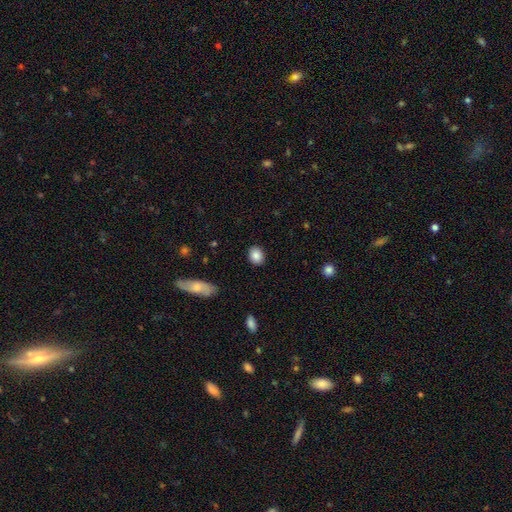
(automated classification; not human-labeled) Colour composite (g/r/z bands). It shows a smooth galaxy with no disk features (85%) that is round (50%). Merging: none (88%).